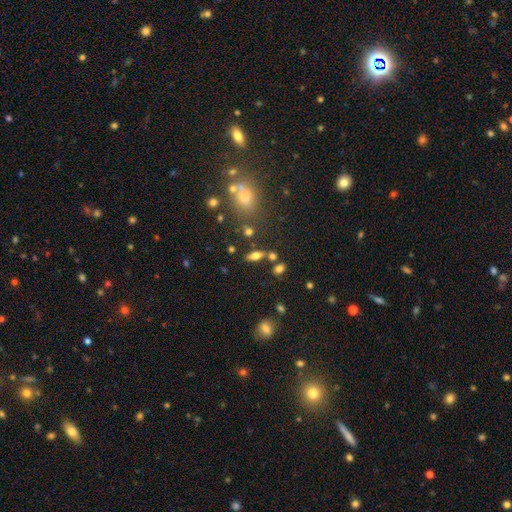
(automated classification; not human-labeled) Morphology: type=smooth (63%); roundness=in between (73%); merging=none (72%).